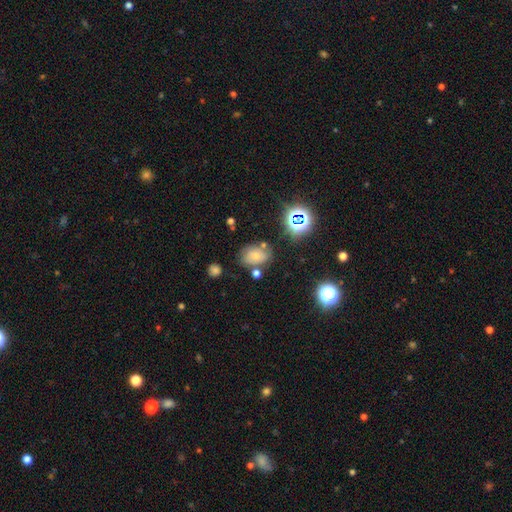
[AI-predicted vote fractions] Overall: smooth (64%). How rounded: in between (74%). Merging: none (64%).